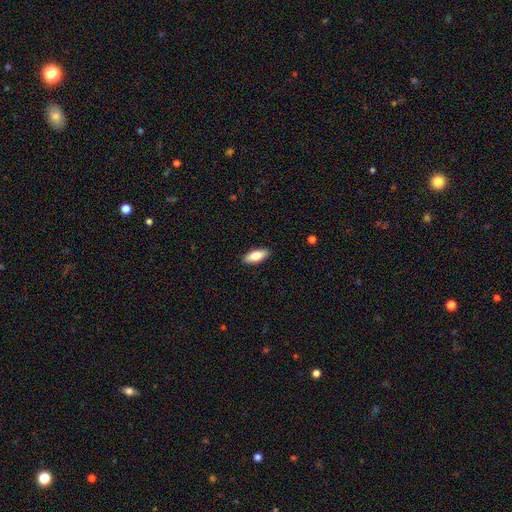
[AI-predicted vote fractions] This is likely a smooth galaxy (77%). How rounded: likely in between (79%). Merging: clearly none (90%).